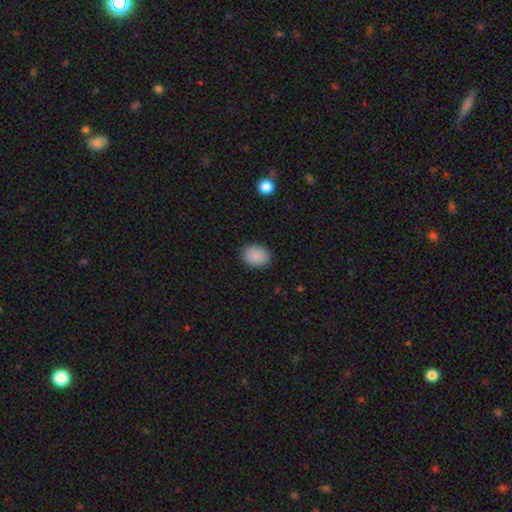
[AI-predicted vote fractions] A smooth galaxy with no disk features (89%) that is in between round and cigar-shaped (64%). Merging: none (88%).